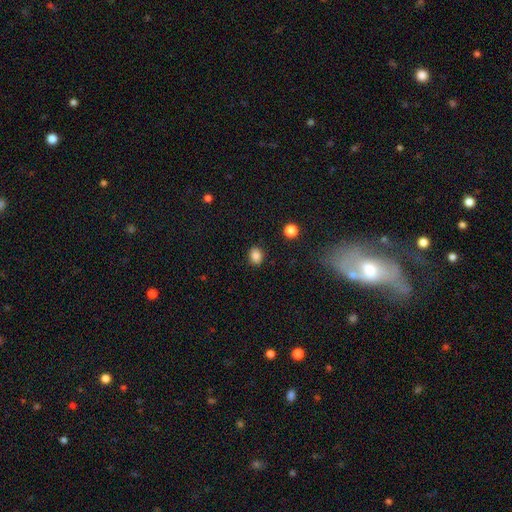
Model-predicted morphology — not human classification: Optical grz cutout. It shows a smooth galaxy with no disk features (86%) that is round (51%). Merging: none (88%).